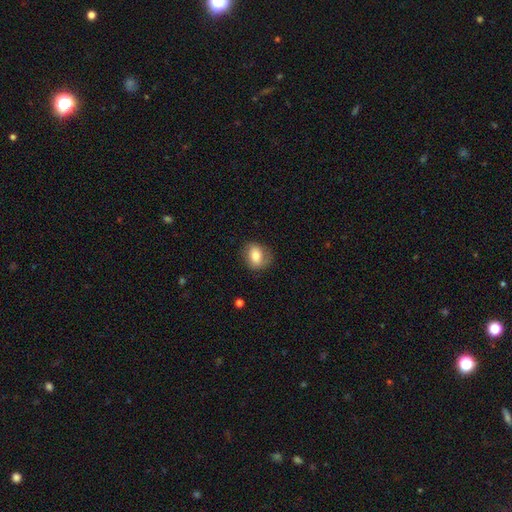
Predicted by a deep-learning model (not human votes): Smooth or featured? smooth (71%)
How rounded? round (51%)
Merging? none (75%)